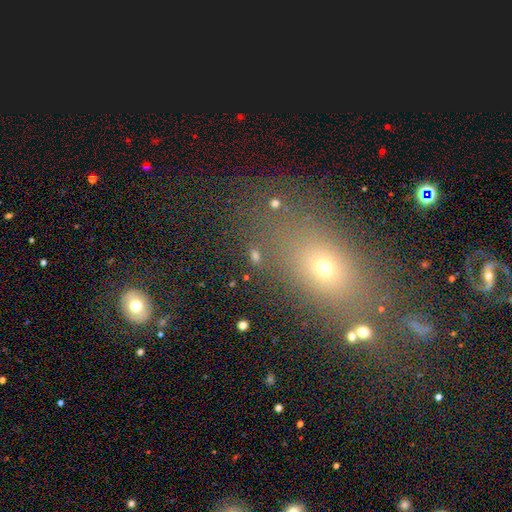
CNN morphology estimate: smooth_or_featured: smooth (p=0.52) [alt: star or artifact p=0.33]
how_rounded: in between (p=0.61) [alt: round p=0.32]
merging: none (p=0.71) [alt: minor disturbance p=0.12]